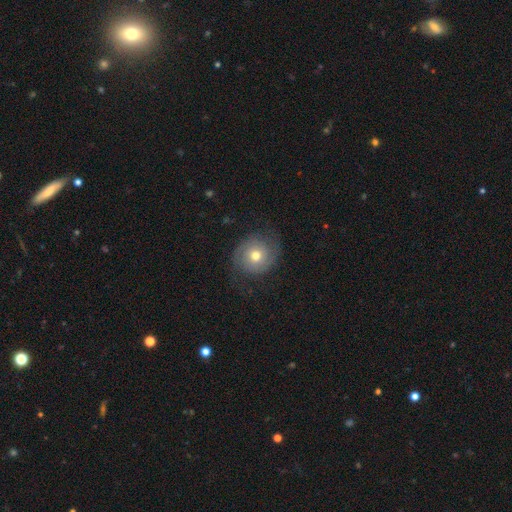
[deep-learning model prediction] This is possibly a featured or disk galaxy (55%). It is clearly not viewed edge-on (97%). Bar: clearly no (81%). Spiral arm pattern: clearly yes (83%). Central bulge: likely moderate (71%). Merging: likely none (71%).